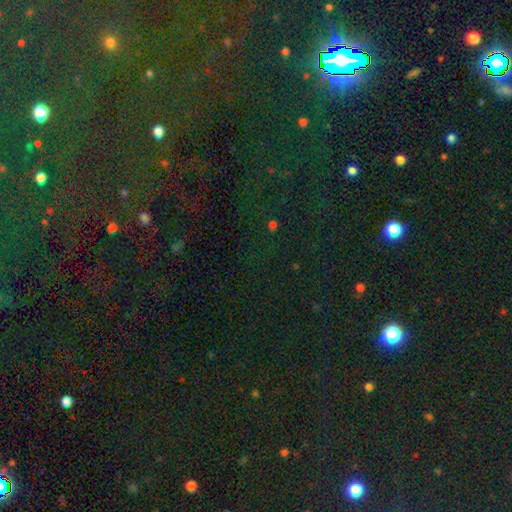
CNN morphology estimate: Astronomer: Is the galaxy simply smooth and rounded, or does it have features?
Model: star or artifact — 80%.